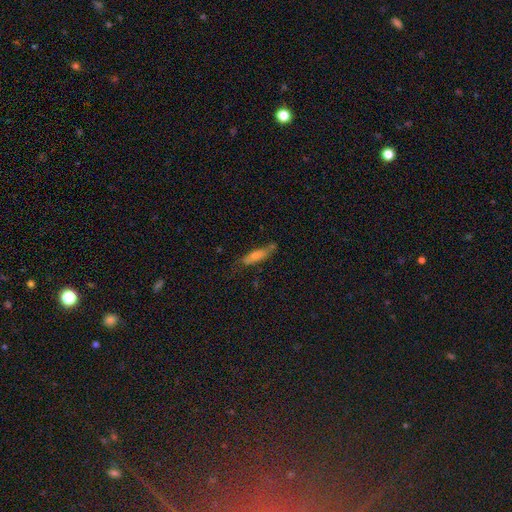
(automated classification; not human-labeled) smooth_or_featured: smooth (p=0.70) [alt: featured or disk p=0.23]
how_rounded: cigar-shaped (p=0.69) [alt: in between p=0.29]
merging: none (p=0.55) [alt: minor disturbance p=0.28]